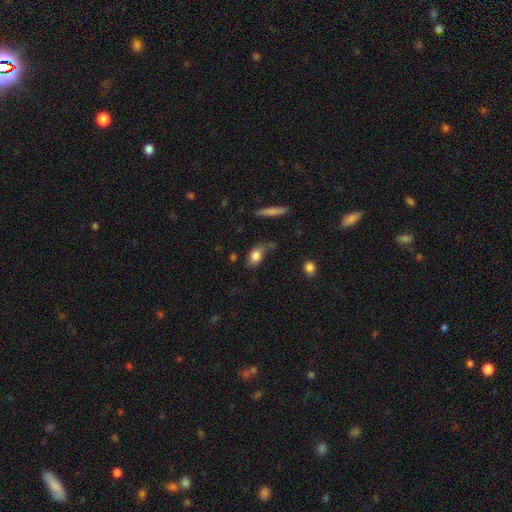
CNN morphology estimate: type=smooth (81%); roundness=in between (83%); merging=none (57%).